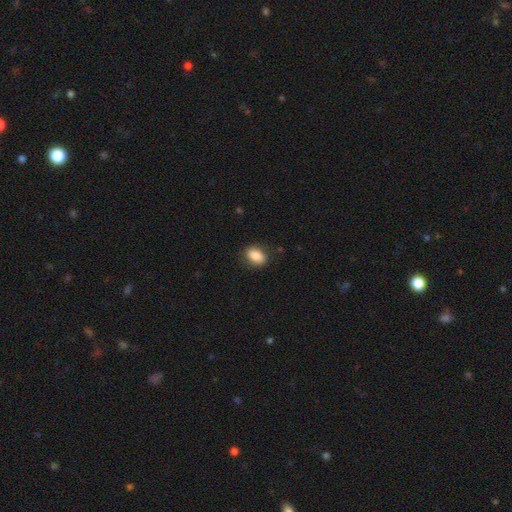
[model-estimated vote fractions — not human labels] Morphology: type=smooth (85%); roundness=in between (81%); merging=none (83%).